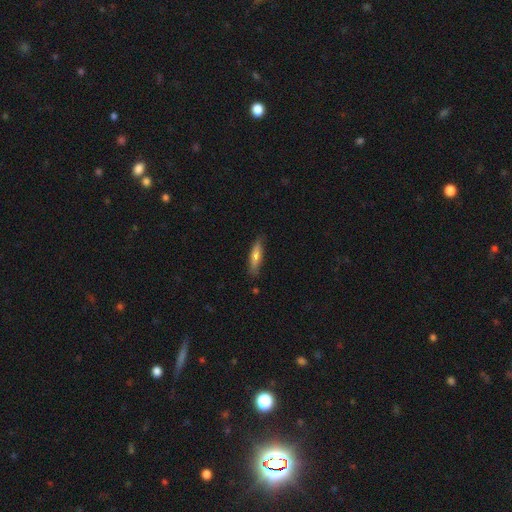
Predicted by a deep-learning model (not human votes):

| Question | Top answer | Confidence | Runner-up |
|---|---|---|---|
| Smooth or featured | smooth | 63% | featured or disk (31%) |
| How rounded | cigar-shaped | 77% | in between (21%) |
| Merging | none | 83% | minor disturbance (13%) |